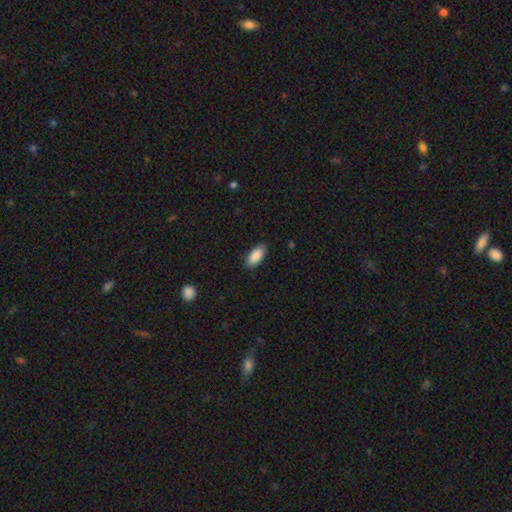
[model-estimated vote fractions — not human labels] Smooth or featured? Predicted: smooth (p=0.89). How rounded? Predicted: in between (p=0.89). Merging? Predicted: none (p=0.86).